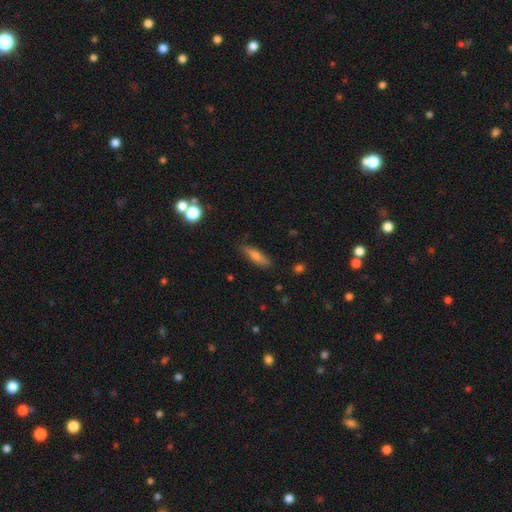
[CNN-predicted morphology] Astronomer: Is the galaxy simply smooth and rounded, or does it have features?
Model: smooth — 72%.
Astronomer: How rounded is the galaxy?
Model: cigar-shaped — 59% (runner-up: in between, 38%).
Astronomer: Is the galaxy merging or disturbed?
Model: none — 83%.